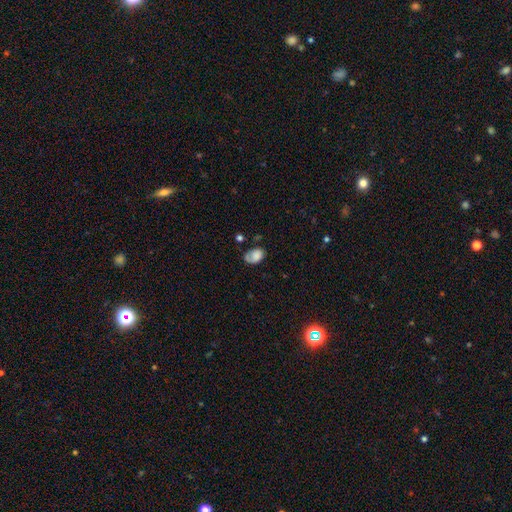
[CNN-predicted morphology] Q: Smooth or featured?
A: smooth (73%); runner-up: featured or disk (18%)
Q: How rounded?
A: in between (82%); runner-up: round (17%)
Q: Merging?
A: none (47%); runner-up: minor disturbance (31%)